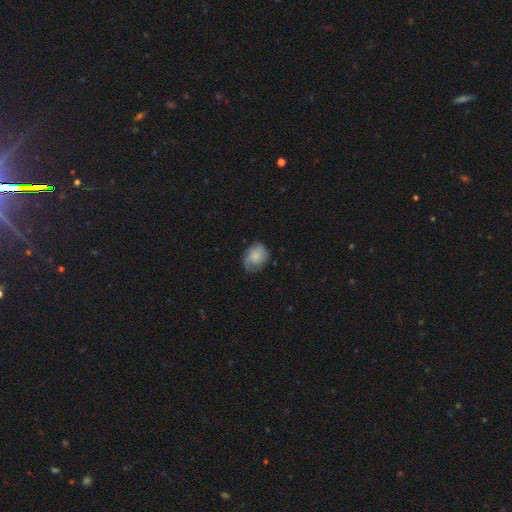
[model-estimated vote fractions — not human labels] smooth_or_featured: smooth (p=0.69) [alt: featured or disk p=0.23]
how_rounded: round (p=0.52) [alt: in between p=0.47]
merging: none (p=0.61) [alt: minor disturbance p=0.28]